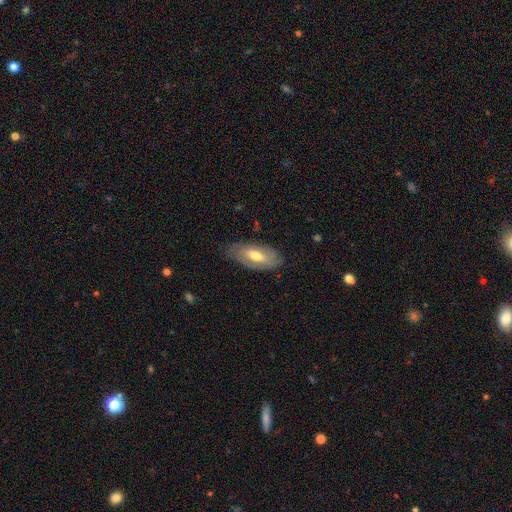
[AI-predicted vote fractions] Overall: smooth (50%; featured or disk 44%). Merging: none (73%).